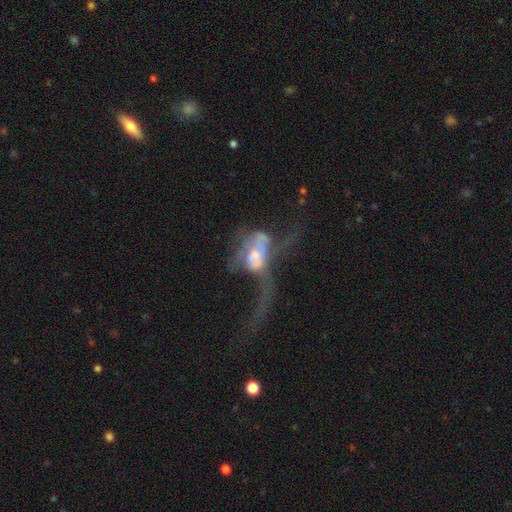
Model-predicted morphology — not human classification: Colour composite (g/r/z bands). It shows a featured or disk galaxy (59%) with no bar (76%), no spiral arms (61%) and a moderate central bulge (40%). Merging: major disturbance (51%).